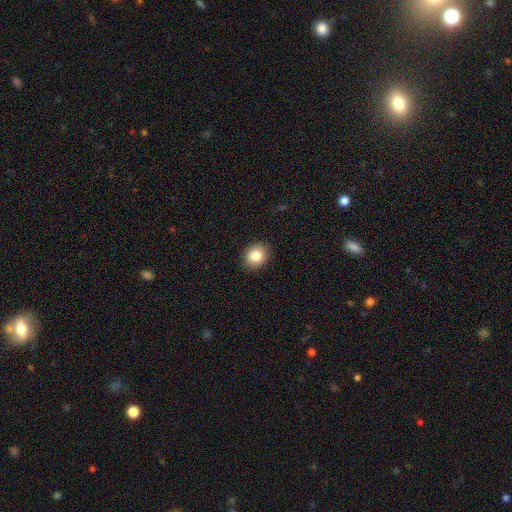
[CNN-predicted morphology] Smooth or featured? smooth (84%)
How rounded? round (71%)
Merging? none (91%)